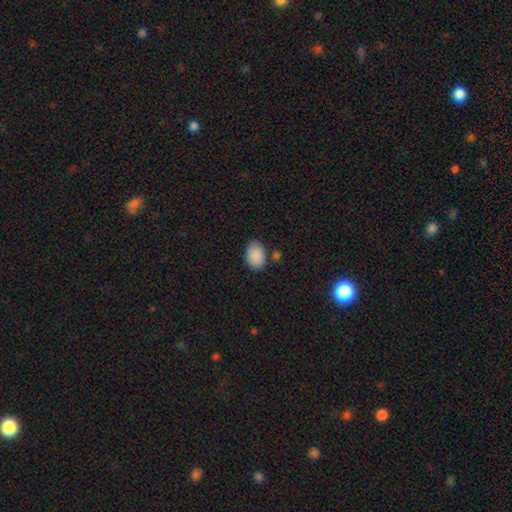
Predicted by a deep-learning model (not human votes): Smooth or featured? Predicted: smooth (p=0.89). How rounded? Predicted: in between (p=0.84). Merging? Predicted: none (p=0.76).